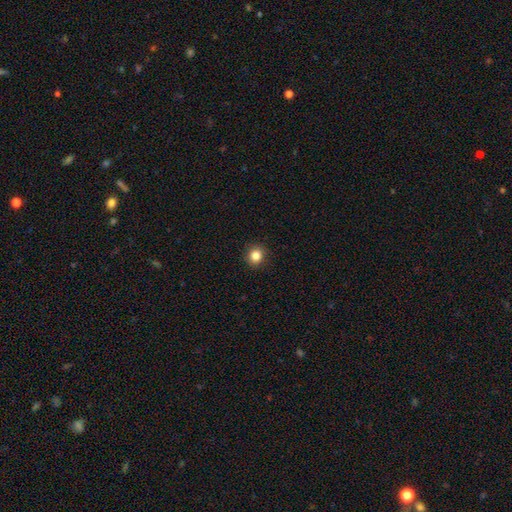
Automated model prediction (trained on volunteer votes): Q: Smooth or featured?
A: smooth (84%); runner-up: star or artifact (11%)
Q: How rounded?
A: round (88%); runner-up: in between (11%)
Q: Merging?
A: none (92%); runner-up: minor disturbance (6%)